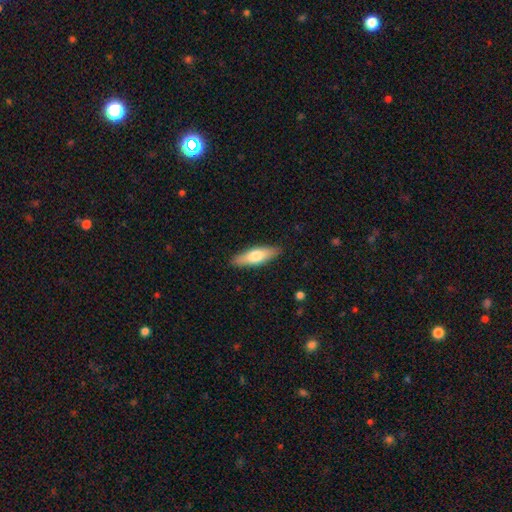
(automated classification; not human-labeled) Q: Smooth or featured?
A: smooth (67%); runner-up: featured or disk (28%)
Q: How rounded?
A: cigar-shaped (52%); runner-up: in between (46%)
Q: Merging?
A: none (88%); runner-up: minor disturbance (9%)